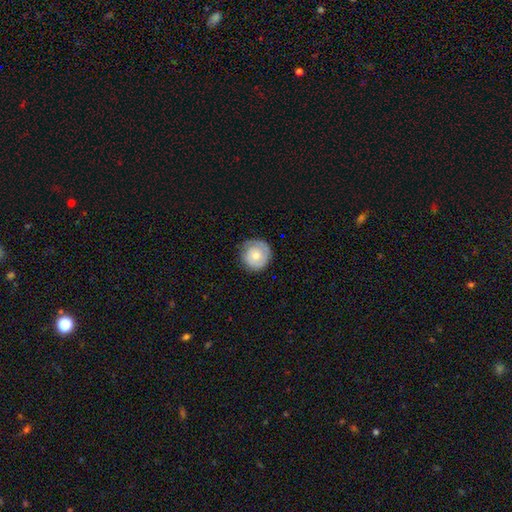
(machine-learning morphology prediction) This is possibly a smooth galaxy (55%). How rounded: clearly round (93%). Merging: likely none (76%).